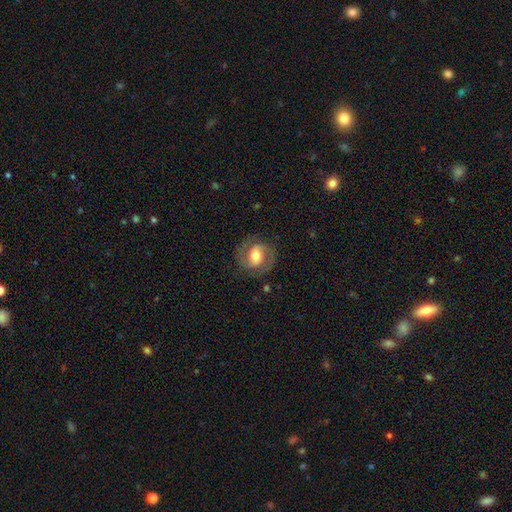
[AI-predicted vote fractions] Smooth or featured?
  - featured or disk: 78% *
  - smooth: 16%
  - star or artifact: 6%
Edge-on disk?
  - no: 97% *
  - yes: 3%
Bar?
  - weak: 42% *
  - no: 34%
  - strong: 23%
Spiral arms?
  - yes: 93% *
  - no: 7%
Spiral winding?
  - medium: 52% *
  - tight: 35%
  - loose: 13%
Spiral arm count?
  - 2: 91% *
  - can't tell: 4%
  - 1: 2%
  - 3: 1%
  - 4: 1%
  - more than 4: 1%
Bulge size?
  - moderate: 65% *
  - small: 17%
  - large: 15%
  - dominant: 2%
  - none: 1%
Merging?
  - none: 82% *
  - minor disturbance: 12%
  - major disturbance: 6%
  - merger: 1%